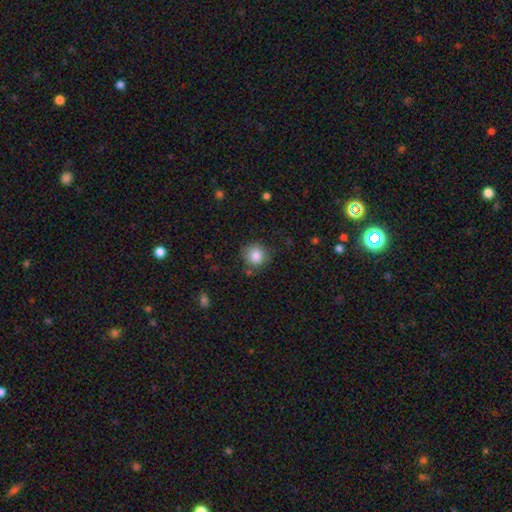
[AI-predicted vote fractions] Smooth or featured: smooth — 84% (star or artifact — 10%)
How rounded: round — 90% (in between — 9%)
Merging: none — 78% (minor disturbance — 15%)